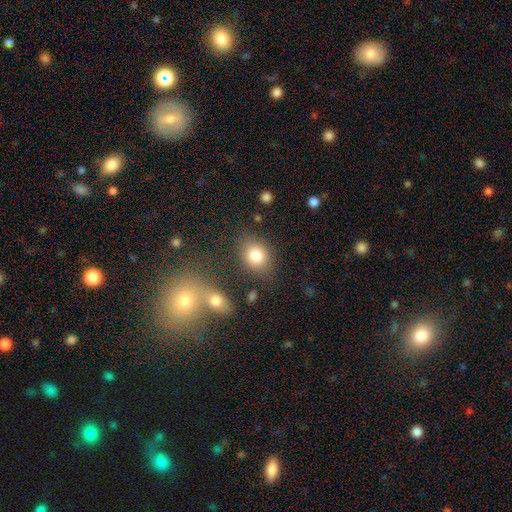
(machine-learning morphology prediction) Smooth or featured? Predicted: smooth (p=0.83). How rounded? Predicted: round (p=0.58). Merging? Predicted: none (p=0.76).